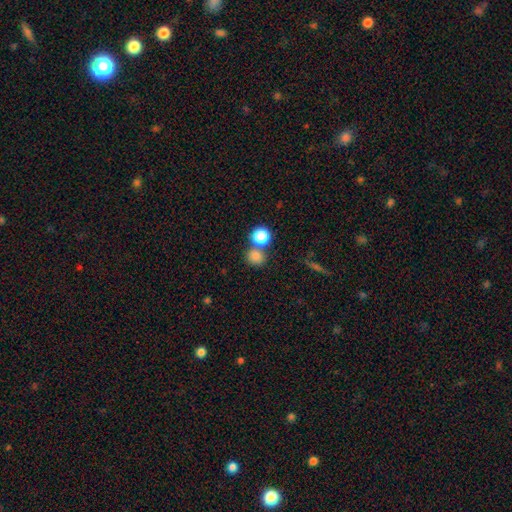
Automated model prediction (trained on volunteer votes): Smooth or featured: smooth — 80% (star or artifact — 14%)
How rounded: round — 85% (in between — 13%)
Merging: none — 60% (merger — 29%)